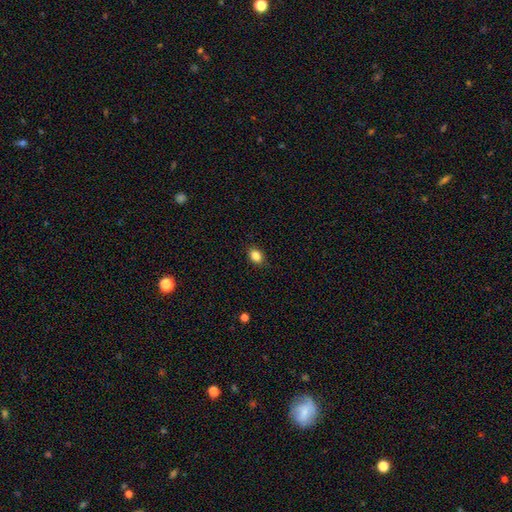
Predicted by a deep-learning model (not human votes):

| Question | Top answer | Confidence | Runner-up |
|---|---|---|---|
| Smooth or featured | smooth | 86% | star or artifact (10%) |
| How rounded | in between | 62% | round (37%) |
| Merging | none | 87% | minor disturbance (10%) |